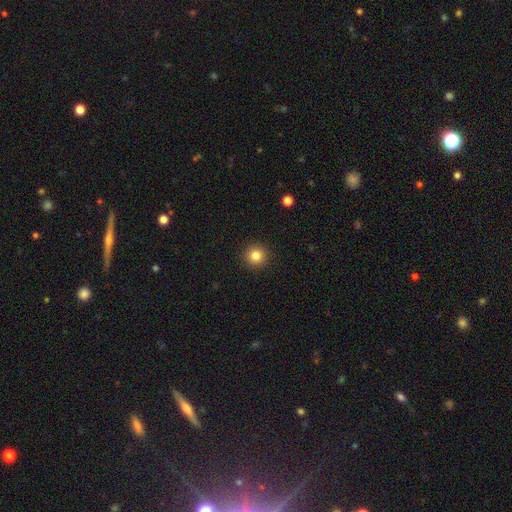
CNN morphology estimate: A smooth galaxy with no disk features (82%) that is round (95%).

Vote fractions:
- Smooth or featured? smooth: 82% / star or artifact: 12% / featured or disk: 6%
- How rounded? round: 95% / in between: 5% / cigar-shaped: 1%
- Merging? none: 92% / minor disturbance: 5% / major disturbance: 2% / merger: 1%